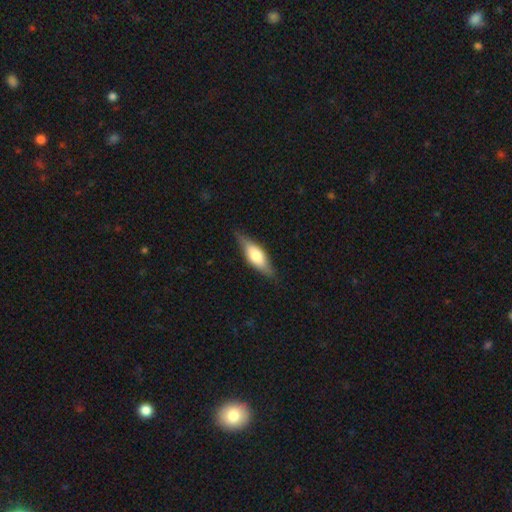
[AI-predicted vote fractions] Smooth or featured? Predicted: smooth (p=0.57). How rounded? Predicted: in between (p=0.59). Merging? Predicted: none (p=0.77).